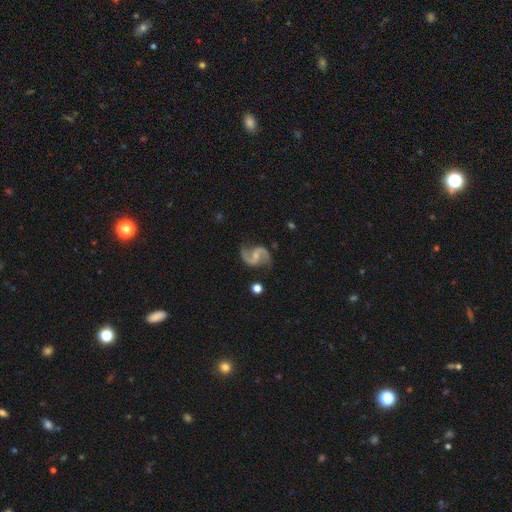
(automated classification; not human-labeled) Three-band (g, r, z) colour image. It shows a featured or disk galaxy (92%) with a weak bar (44%), 2 (94%) loose (48%) spiral arms (98%) and a small central bulge (59%). Merging: none (80%).